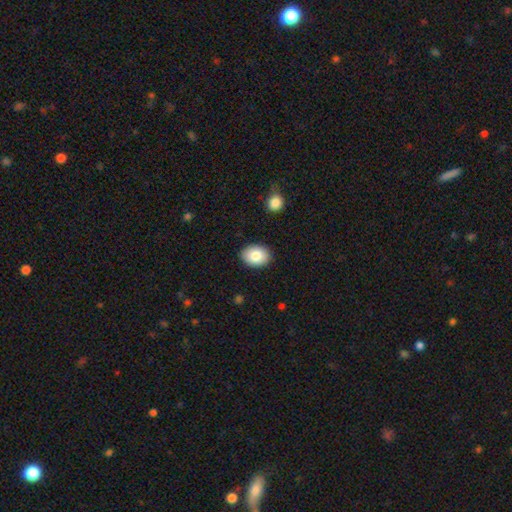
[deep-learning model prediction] Overall: smooth (84%). How rounded: in between (71%). Merging: none (88%).